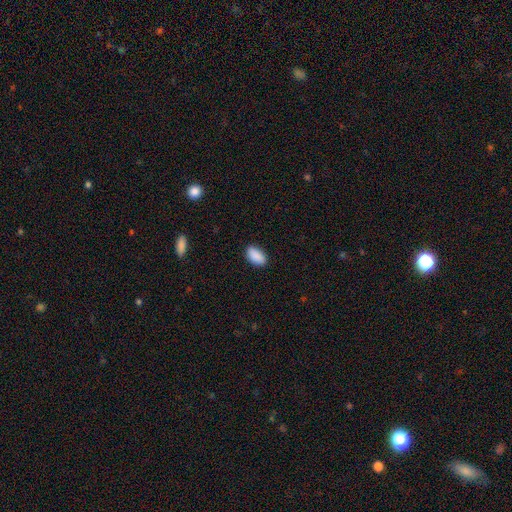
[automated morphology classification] This appears to be a smooth galaxy with no disk features (91%) that is in between round and cigar-shaped (95%). Merging: none (88%).